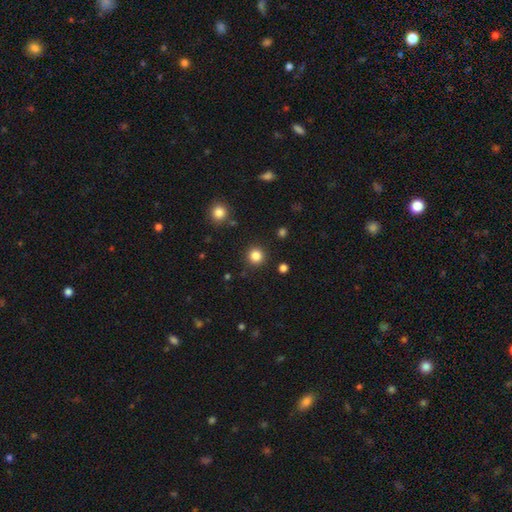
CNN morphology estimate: Smooth or featured?
  - smooth: 84% *
  - star or artifact: 12%
  - featured or disk: 4%
How rounded?
  - round: 94% *
  - in between: 5%
  - cigar-shaped: 1%
Merging?
  - none: 91% *
  - minor disturbance: 5%
  - major disturbance: 2%
  - merger: 2%